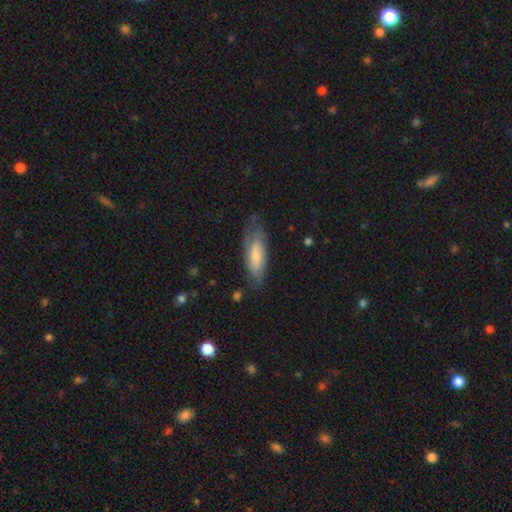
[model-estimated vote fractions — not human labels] Morphology: type=smooth (56%); roundness=in between (58%); merging=none (66%).